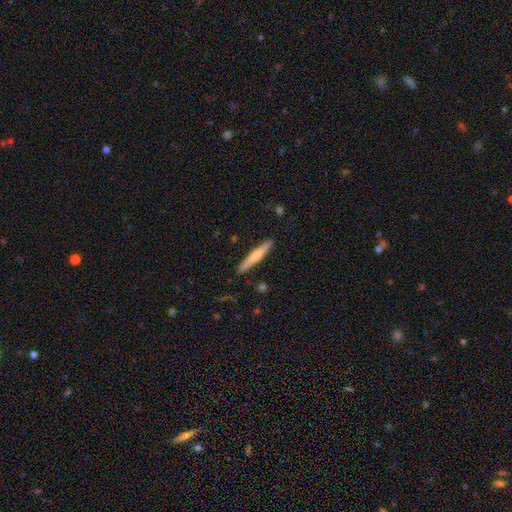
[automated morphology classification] smooth-or-featured: smooth: 55% | featured or disk: 40% | star or artifact: 5%
  how-rounded: cigar-shaped: 94% | in between: 5% | round: 1%
  merging: none: 89% | minor disturbance: 8% | major disturbance: 2% | merger: 1%